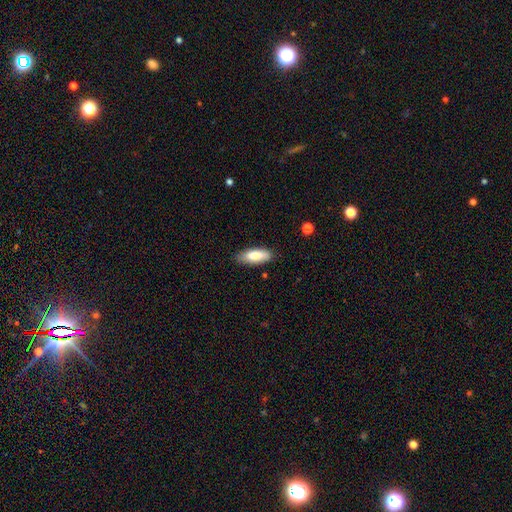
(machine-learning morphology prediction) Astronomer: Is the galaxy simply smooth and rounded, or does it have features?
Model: smooth — 82%.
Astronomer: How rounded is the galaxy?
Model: in between — 70%.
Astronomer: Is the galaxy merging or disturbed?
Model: none — 82%.